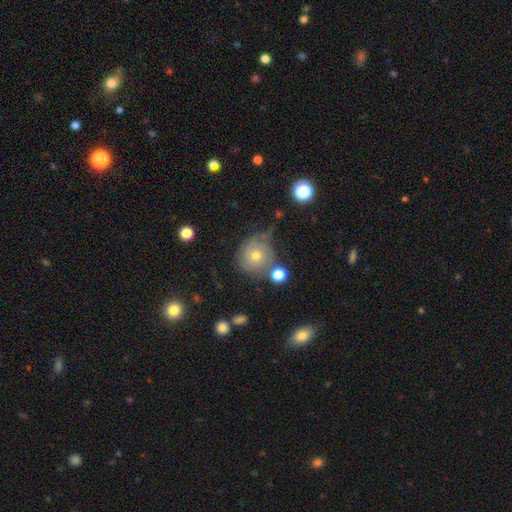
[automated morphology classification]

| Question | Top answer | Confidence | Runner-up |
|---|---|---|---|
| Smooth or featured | smooth | 46% | featured or disk (40%) |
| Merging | none | 57% | minor disturbance (24%) |